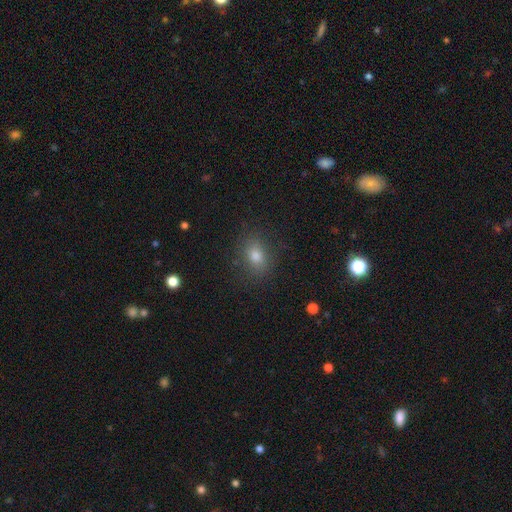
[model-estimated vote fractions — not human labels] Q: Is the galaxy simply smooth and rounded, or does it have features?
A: smooth — 77%.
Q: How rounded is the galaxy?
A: in between — 65%.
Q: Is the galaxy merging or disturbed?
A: none — 84%.